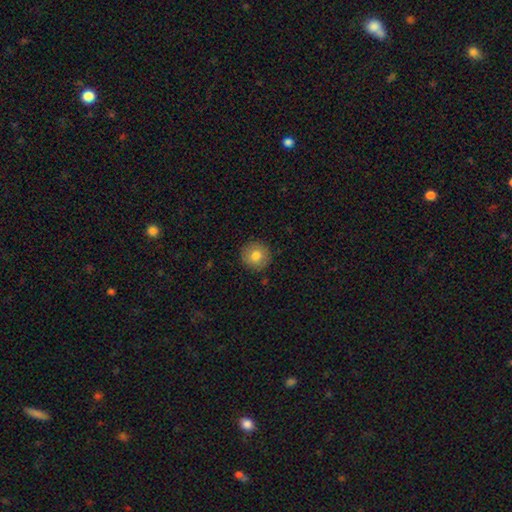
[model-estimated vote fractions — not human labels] The model was most divided on "smooth or featured": smooth: 80%, featured or disk: 12%, star or artifact: 9%. More confident: how rounded — round (95%); merging — none (90%).